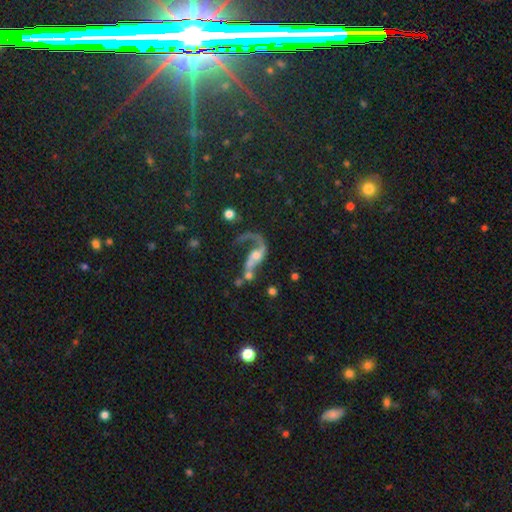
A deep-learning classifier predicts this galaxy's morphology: type=featured or disk (76%); edge-on=no (94%); bar=no (58%); spiral arms=yes (84%); winding=loose (81%); arm count=2 (54%); bulge=moderate (50%); merging=major disturbance (33%).